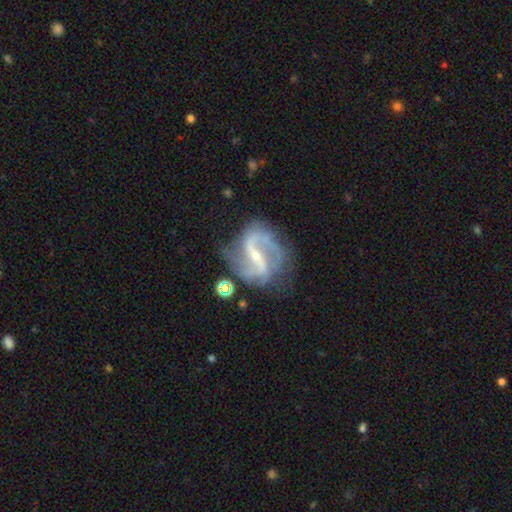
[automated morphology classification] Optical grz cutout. It shows a featured or disk galaxy (90%) with a strong bar (56%), 2 (86%) medium (45%) spiral arms (97%) and a small central bulge (72%). Merging: none (68%).